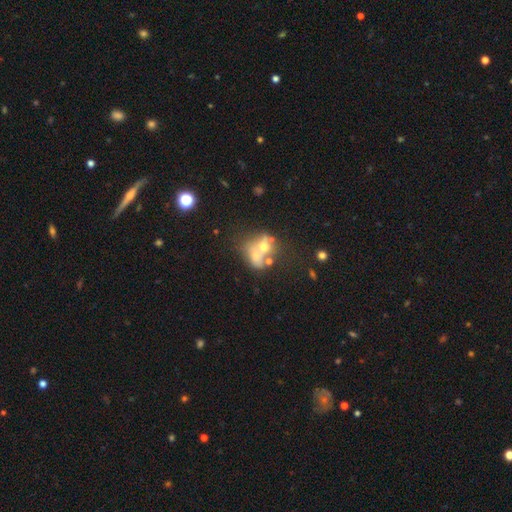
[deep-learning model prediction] Smooth or featured? smooth (46%)
Merging? merger (54%)